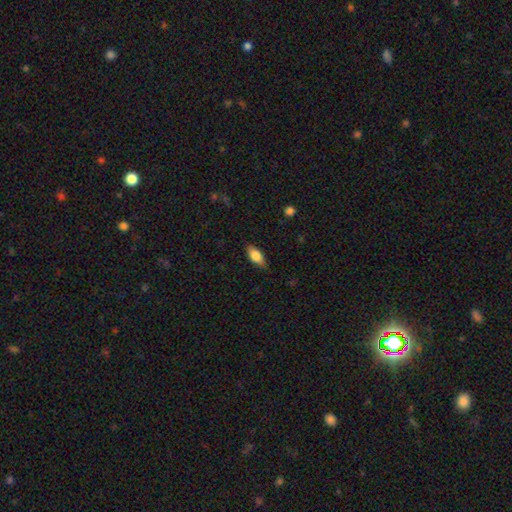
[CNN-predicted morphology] A smooth galaxy with no disk features (80%) that is in between round and cigar-shaped (85%). Merging: none (80%).